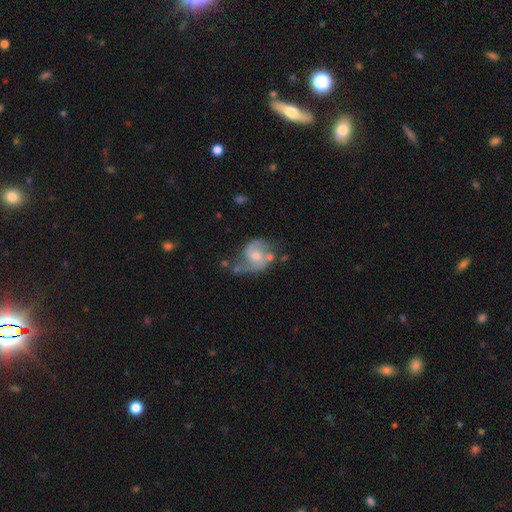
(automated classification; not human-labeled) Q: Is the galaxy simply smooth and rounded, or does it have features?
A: featured or disk — 75%.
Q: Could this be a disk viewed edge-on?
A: no — 98%.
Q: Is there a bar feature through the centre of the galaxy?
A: no — 56%.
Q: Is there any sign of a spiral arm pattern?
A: yes — 92%.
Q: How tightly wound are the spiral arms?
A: medium — 48%.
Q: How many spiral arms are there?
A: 2 — 83%.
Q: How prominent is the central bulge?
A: moderate — 53%.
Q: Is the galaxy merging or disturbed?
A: none — 45%.